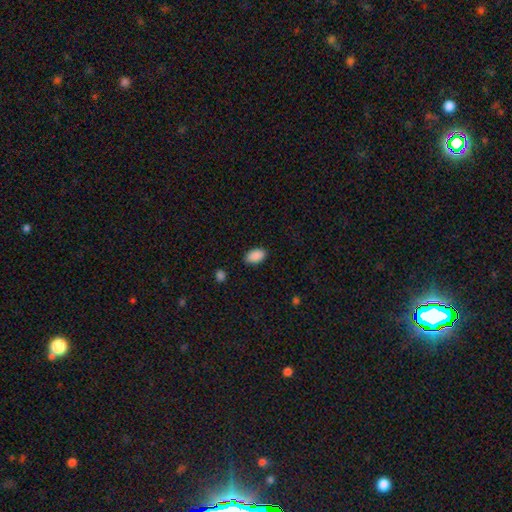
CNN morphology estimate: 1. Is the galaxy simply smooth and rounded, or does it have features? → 90% smooth, 7% star or artifact, 3% featured or disk.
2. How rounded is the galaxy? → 92% in between, 6% round, 1% cigar-shaped.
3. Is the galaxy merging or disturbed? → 87% none, 10% minor disturbance, 2% major disturbance, 1% merger.